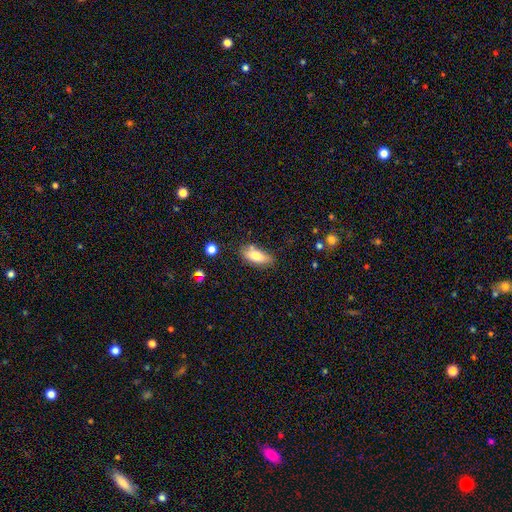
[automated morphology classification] This is likely a smooth galaxy (77%). How rounded: likely in between (80%). Merging: likely none (70%).